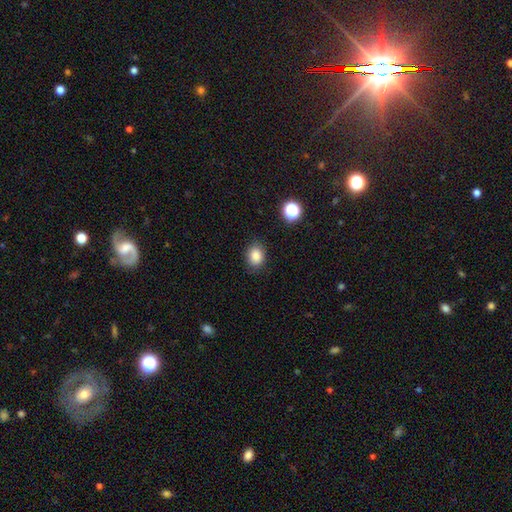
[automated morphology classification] type=smooth (85%); roundness=in between (59%); merging=none (84%).